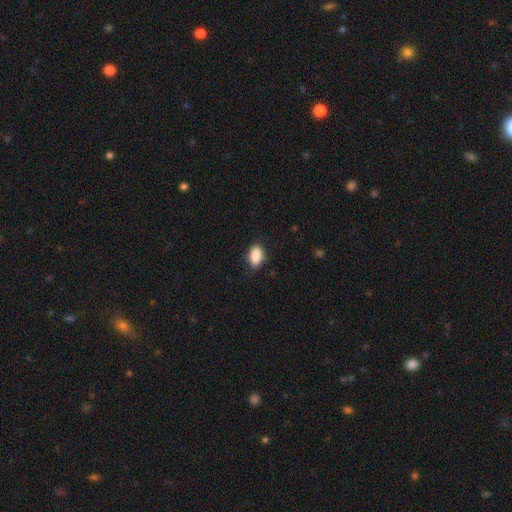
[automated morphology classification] Smooth or featured: smooth — 90% (star or artifact — 7%)
How rounded: in between — 88% (round — 10%)
Merging: none — 85% (minor disturbance — 12%)